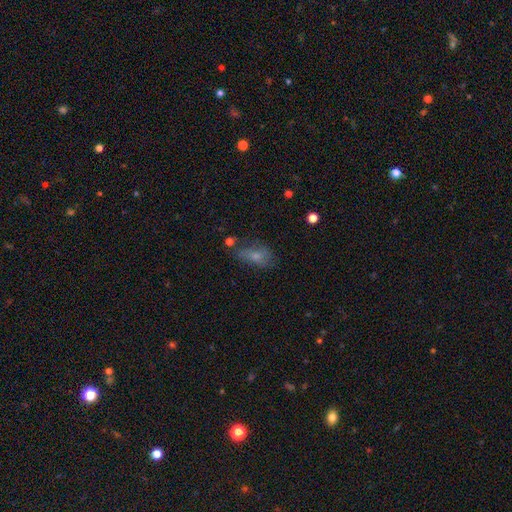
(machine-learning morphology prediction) Smooth or featured? Predicted: smooth (p=0.63). How rounded? Predicted: in between (p=0.82). Merging? Predicted: none (p=0.46).